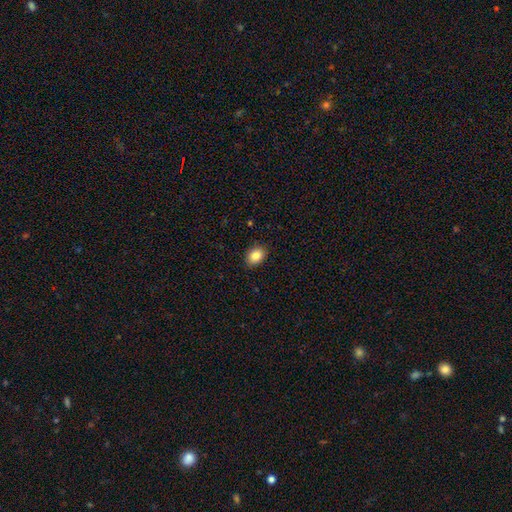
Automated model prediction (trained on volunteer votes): smooth 85%, star or artifact 9%, featured or disk 6%. Down the decision tree: how rounded — in between (69%); merging — none (89%).